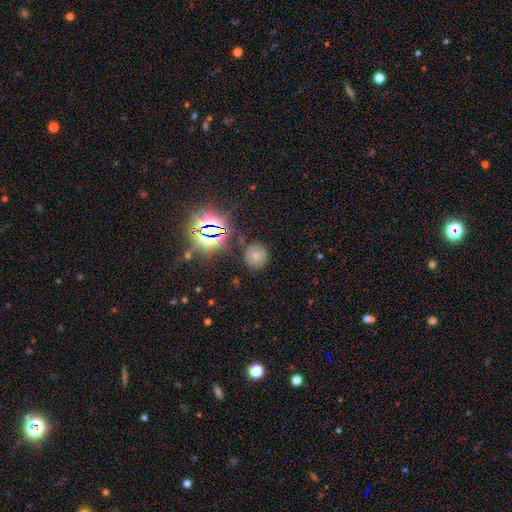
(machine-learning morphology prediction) smooth_or_featured: smooth (p=0.64) [alt: star or artifact p=0.24]
how_rounded: round (p=0.90) [alt: in between p=0.09]
merging: none (p=0.79) [alt: minor disturbance p=0.12]